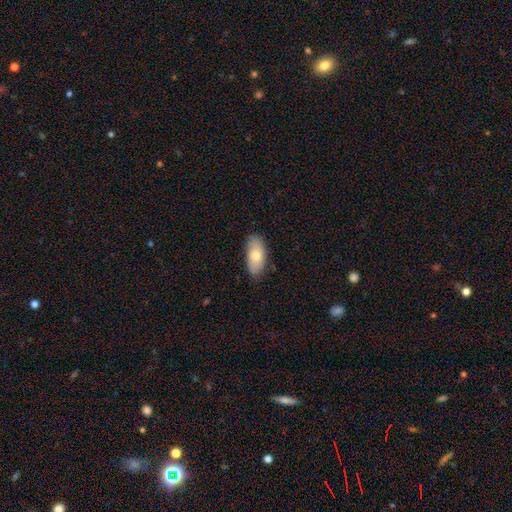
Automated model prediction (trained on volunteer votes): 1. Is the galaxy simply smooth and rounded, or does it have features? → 74% smooth, 20% featured or disk, 7% star or artifact.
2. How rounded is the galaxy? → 89% in between, 8% cigar-shaped, 3% round.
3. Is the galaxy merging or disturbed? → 83% none, 14% minor disturbance, 2% major disturbance, 1% merger.